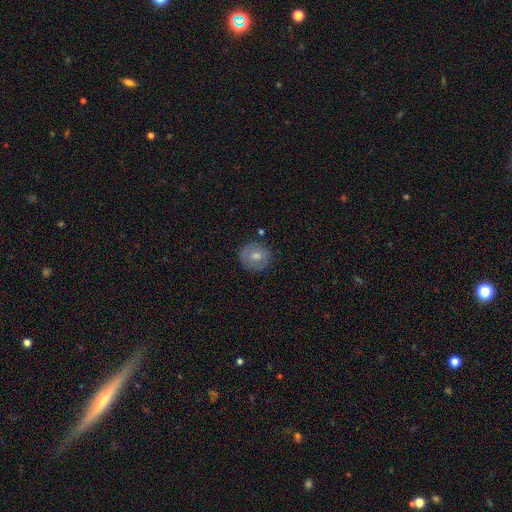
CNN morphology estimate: smooth-or-featured: smooth: 66% | featured or disk: 25% | star or artifact: 8%
  how-rounded: round: 85% | in between: 14% | cigar-shaped: 1%
  merging: none: 81% | minor disturbance: 13% | major disturbance: 3% | merger: 2%